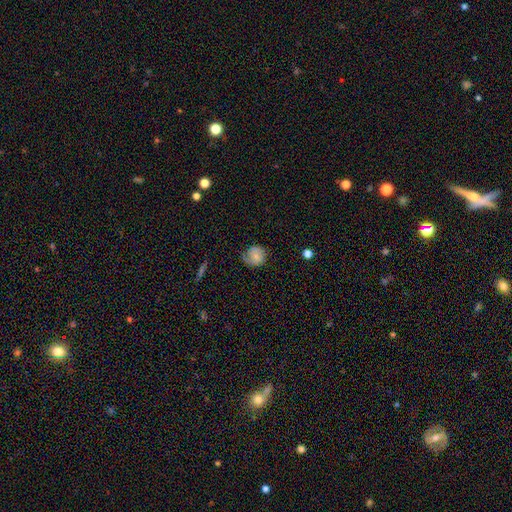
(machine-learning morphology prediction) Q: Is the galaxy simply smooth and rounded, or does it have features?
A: smooth — 58%.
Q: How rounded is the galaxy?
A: round — 78%.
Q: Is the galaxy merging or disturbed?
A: none — 56%.